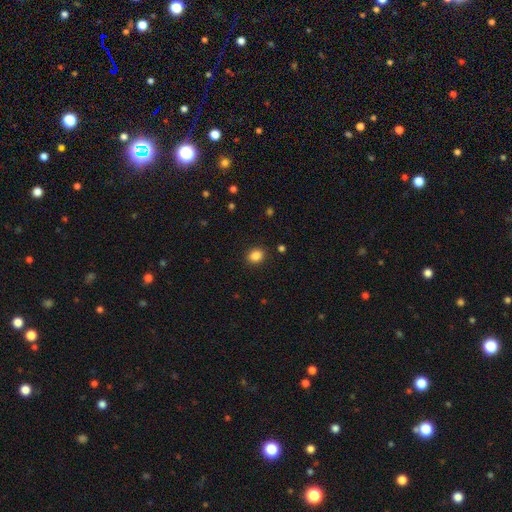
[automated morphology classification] This is clearly a smooth galaxy (86%). How rounded: possibly round (57%). Merging: clearly none (90%).